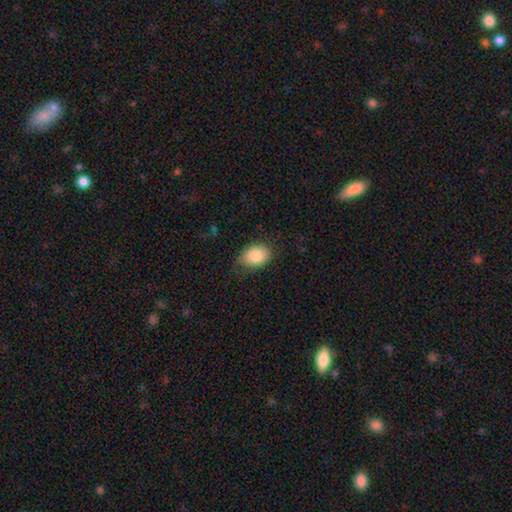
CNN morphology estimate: smooth_or_featured: smooth (p=0.86) [alt: star or artifact p=0.07]
how_rounded: in between (p=0.80) [alt: round p=0.18]
merging: none (p=0.73) [alt: minor disturbance p=0.21]